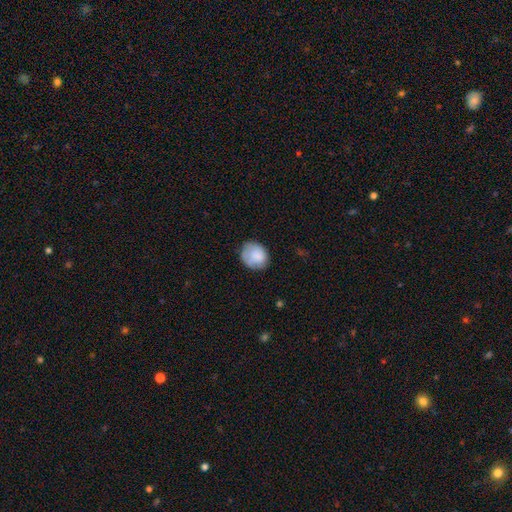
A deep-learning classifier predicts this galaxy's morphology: Smooth or featured? smooth (82%)
How rounded? round (64%)
Merging? none (69%)